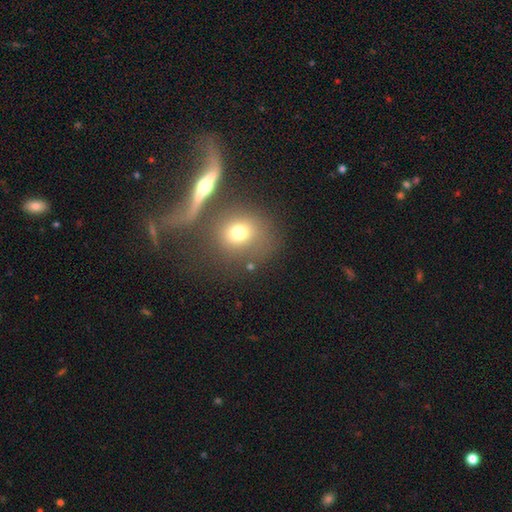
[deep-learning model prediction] Smooth or featured? Predicted: smooth (p=0.51). How rounded? Predicted: round (p=0.62). Merging? Predicted: merger (p=0.43).